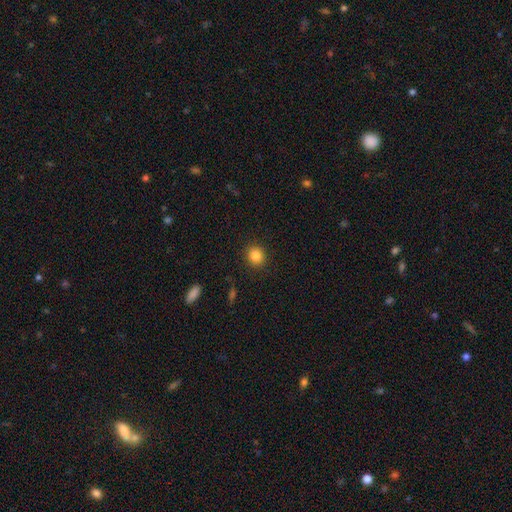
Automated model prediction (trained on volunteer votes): smooth 85%, star or artifact 11%, featured or disk 4%. Down the decision tree: how rounded — round (86%); merging — none (91%).